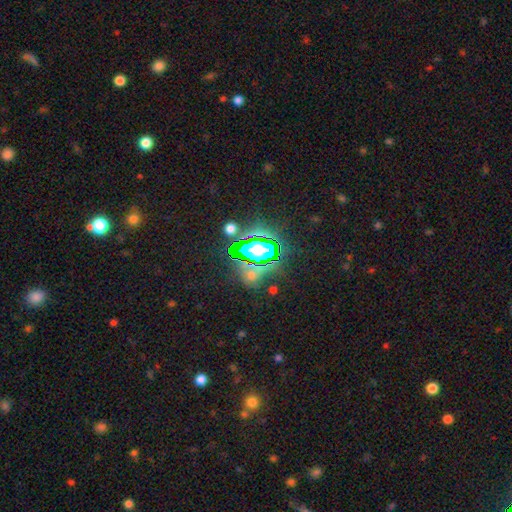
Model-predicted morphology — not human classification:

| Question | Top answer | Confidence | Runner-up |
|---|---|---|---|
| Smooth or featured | star or artifact | 76% | smooth (16%) |